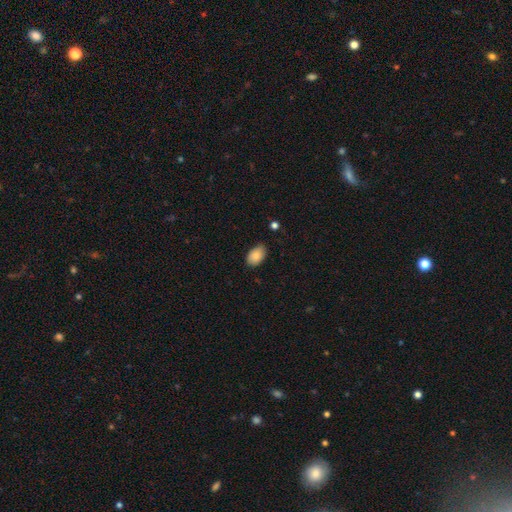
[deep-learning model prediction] smooth-or-featured: smooth: 85% | featured or disk: 7% | star or artifact: 7%
  how-rounded: in between: 92% | round: 7% | cigar-shaped: 1%
  merging: none: 80% | minor disturbance: 16% | major disturbance: 3% | merger: 1%